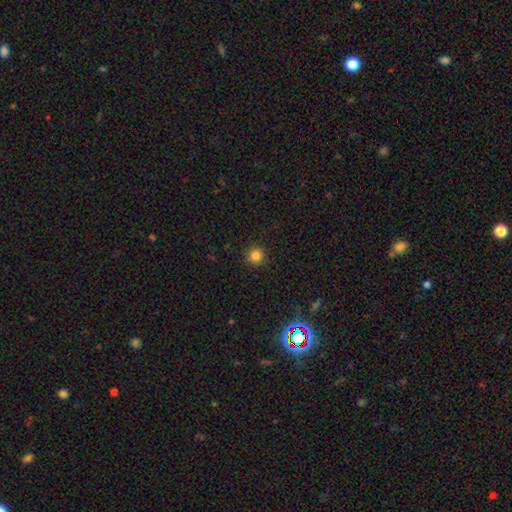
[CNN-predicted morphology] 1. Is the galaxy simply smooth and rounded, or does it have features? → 83% smooth, 13% star or artifact, 4% featured or disk.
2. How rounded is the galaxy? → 94% round, 5% in between, 1% cigar-shaped.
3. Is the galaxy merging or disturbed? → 91% none, 6% minor disturbance, 2% major disturbance, 1% merger.